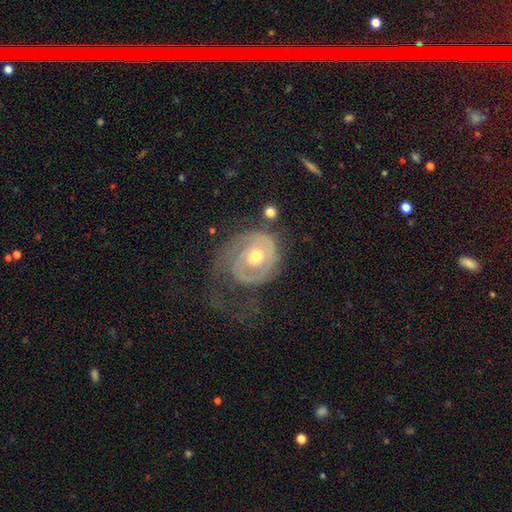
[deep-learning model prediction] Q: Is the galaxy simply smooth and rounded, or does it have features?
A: featured or disk — 84%.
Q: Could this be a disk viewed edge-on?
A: no — 97%.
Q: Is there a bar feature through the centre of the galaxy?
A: no — 72%.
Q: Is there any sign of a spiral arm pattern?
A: yes — 89%.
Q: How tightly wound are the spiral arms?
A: tight — 67%.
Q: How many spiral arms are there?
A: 1 — 39%.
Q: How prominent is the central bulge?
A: moderate — 67%.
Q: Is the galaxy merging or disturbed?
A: none — 44%.